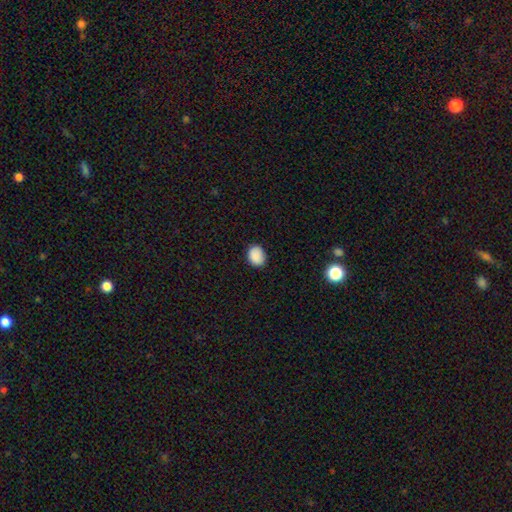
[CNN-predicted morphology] smooth-or-featured: smooth: 88% | star or artifact: 8% | featured or disk: 4%
  how-rounded: in between: 52% | round: 47% | cigar-shaped: 1%
  merging: none: 85% | minor disturbance: 12% | major disturbance: 2% | merger: 1%